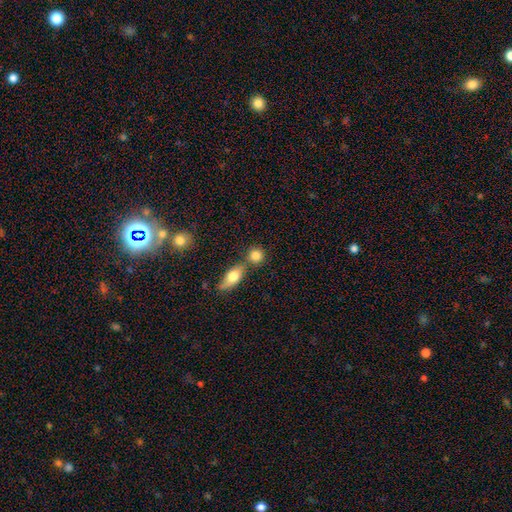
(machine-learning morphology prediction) The model was most divided on "merging": none: 55%, merger: 33%, minor disturbance: 9%, major disturbance: 3%. More confident: smooth or featured — smooth (83%); how rounded — round (78%).